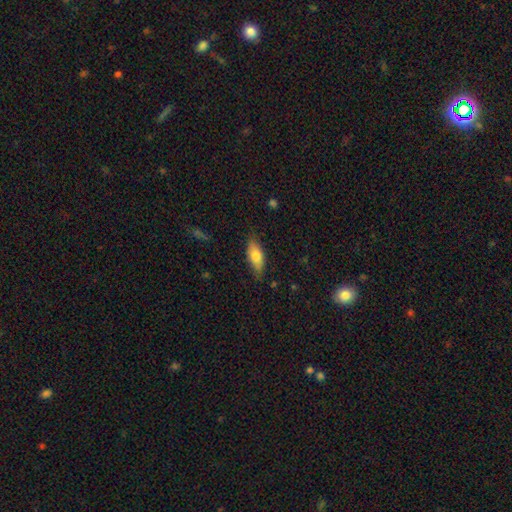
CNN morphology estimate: The model was most divided on "smooth or featured": smooth: 74%, featured or disk: 20%, star or artifact: 6%. More confident: how rounded — in between (80%); merging — none (77%).